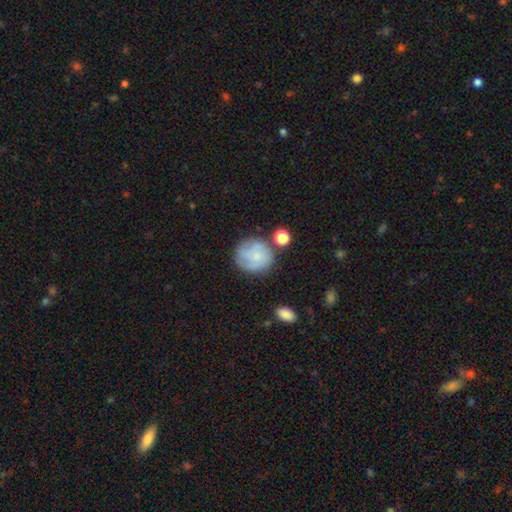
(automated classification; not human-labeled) smooth-or-featured: smooth: 58% | featured or disk: 33% | star or artifact: 8%
  how-rounded: round: 87% | in between: 12% | cigar-shaped: 1%
  merging: none: 67% | minor disturbance: 18% | merger: 8% | major disturbance: 7%